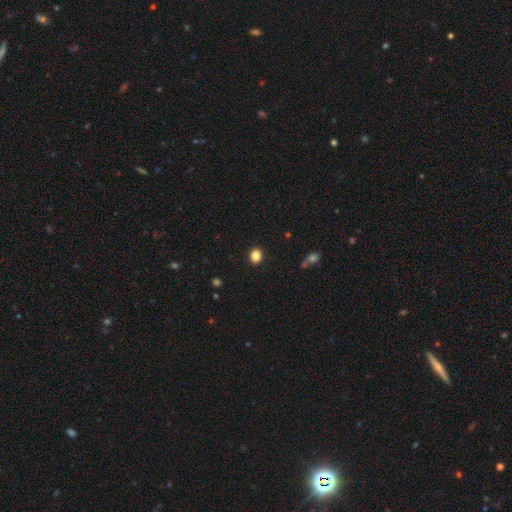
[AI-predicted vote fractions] smooth 86%, star or artifact 10%, featured or disk 4%. Down the decision tree: how rounded — round (54%); merging — none (90%).